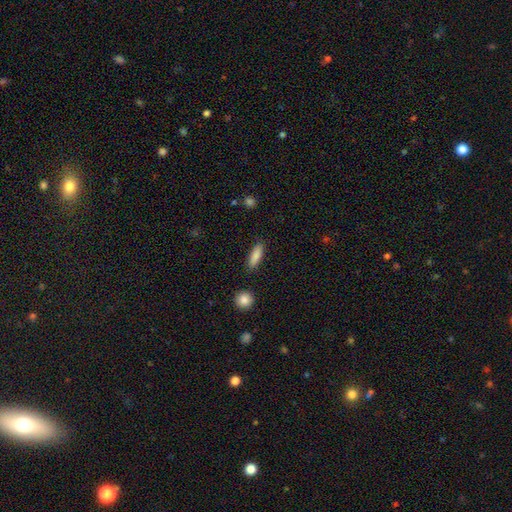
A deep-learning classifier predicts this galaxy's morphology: smooth 85%, featured or disk 8%, star or artifact 6%. Down the decision tree: how rounded — in between (50%); merging — none (87%).